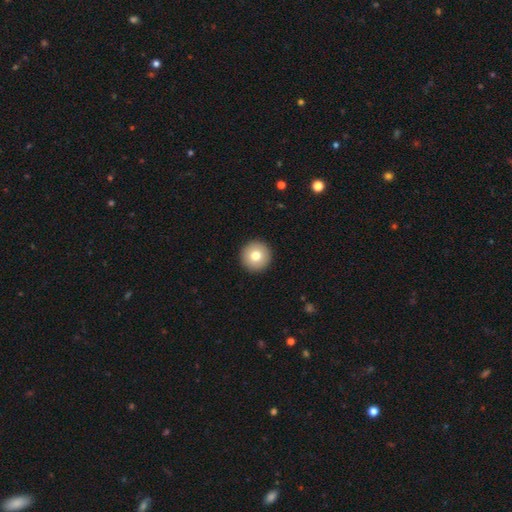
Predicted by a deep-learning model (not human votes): Overall: smooth (77%). How rounded: round (97%). Merging: none (94%).